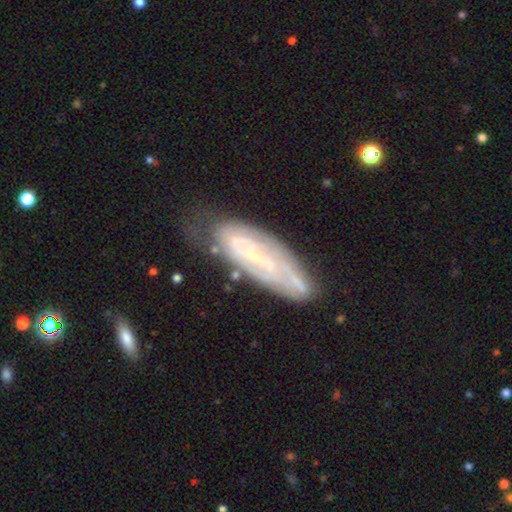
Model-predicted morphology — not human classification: Q: Smooth or featured?
A: featured or disk (69%); runner-up: smooth (24%)
Q: Edge-on disk?
A: no (81%); runner-up: yes (19%)
Q: Bar?
A: no (51%); runner-up: weak (34%)
Q: Spiral arms?
A: yes (75%); runner-up: no (25%)
Q: Bulge size?
A: small (68%); runner-up: moderate (15%)
Q: Merging?
A: none (54%); runner-up: minor disturbance (30%)